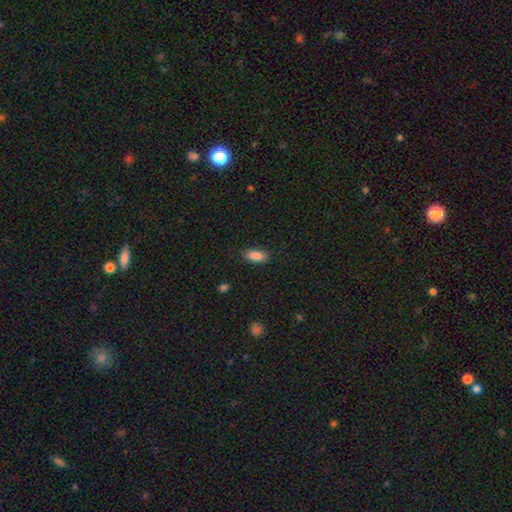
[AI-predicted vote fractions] Smooth or featured?
  - smooth: 88% *
  - star or artifact: 8%
  - featured or disk: 4%
How rounded?
  - in between: 87% *
  - cigar-shaped: 10%
  - round: 3%
Merging?
  - none: 86% *
  - minor disturbance: 11%
  - major disturbance: 3%
  - merger: 1%